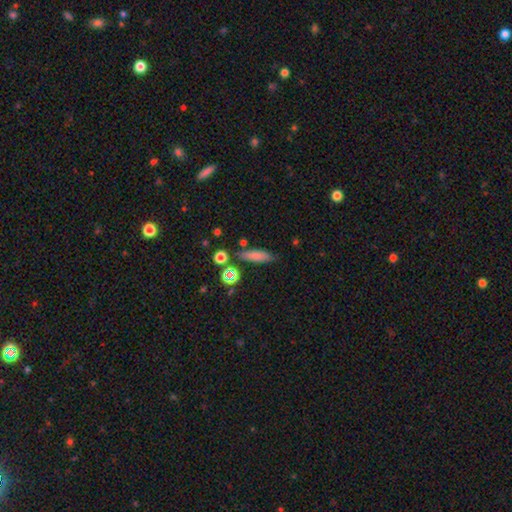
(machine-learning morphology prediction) A smooth galaxy with no disk features (76%) that is cigar-shaped (57%).

Vote fractions:
- Smooth or featured? smooth: 76% / star or artifact: 12% / featured or disk: 12%
- How rounded? cigar-shaped: 57% / in between: 38% / round: 5%
- Merging? none: 74% / minor disturbance: 14% / merger: 7% / major disturbance: 4%